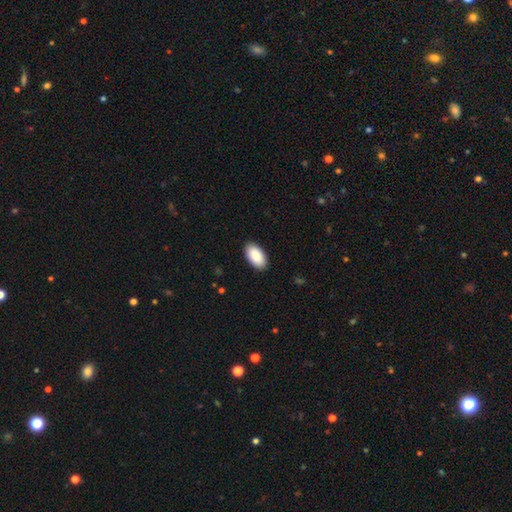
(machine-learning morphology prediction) Smooth or featured: smooth — 91% (star or artifact — 6%)
How rounded: in between — 96% (round — 2%)
Merging: none — 90% (minor disturbance — 8%)